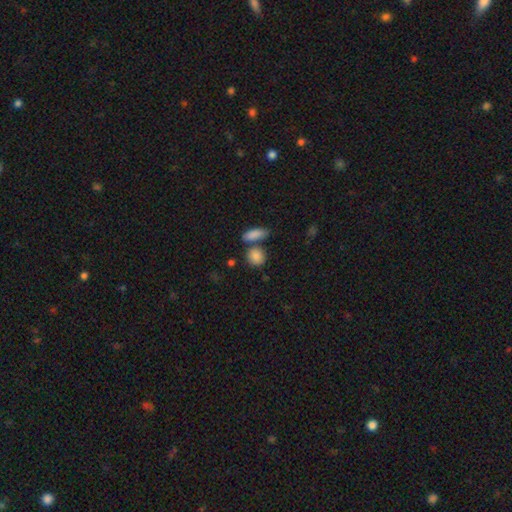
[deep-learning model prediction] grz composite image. It shows a smooth galaxy with no disk features (86%) that is round (62%). Merging: none (64%).